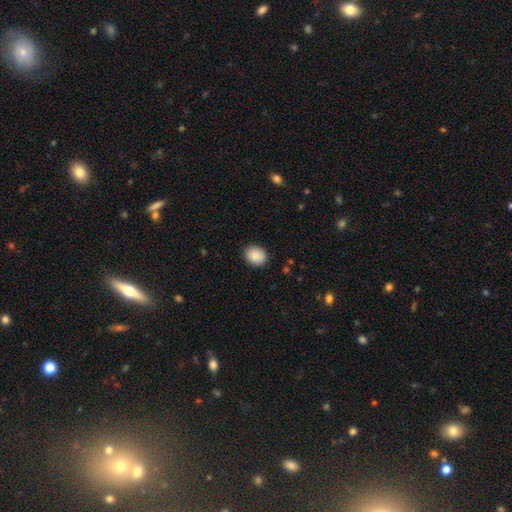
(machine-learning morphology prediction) This is clearly a smooth galaxy (88%). How rounded: possibly round (54%). Merging: clearly none (88%).